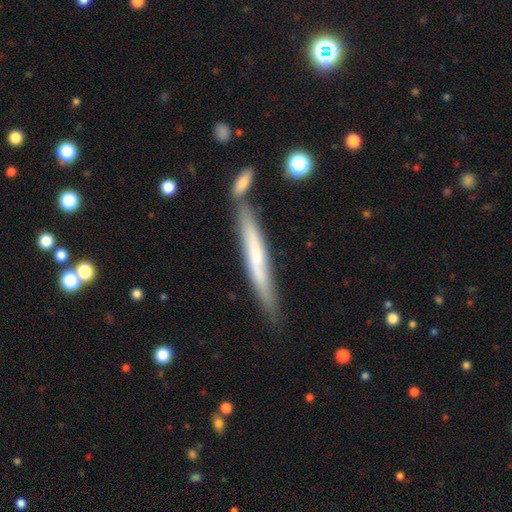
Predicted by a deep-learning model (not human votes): A featured or disk galaxy (48%). Merging: none (70%).